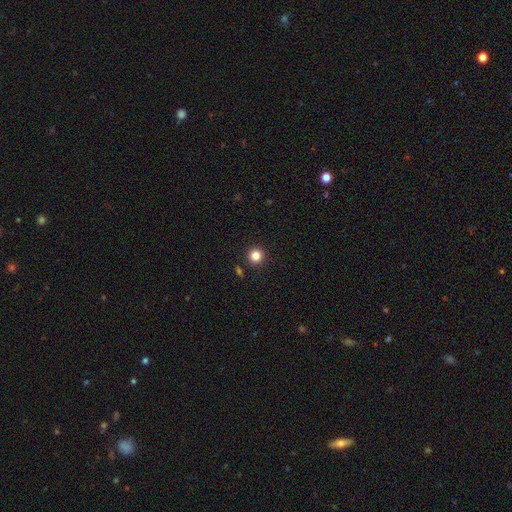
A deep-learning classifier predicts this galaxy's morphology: smooth 83%, star or artifact 12%, featured or disk 5%. Down the decision tree: how rounded — round (95%); merging — none (91%).